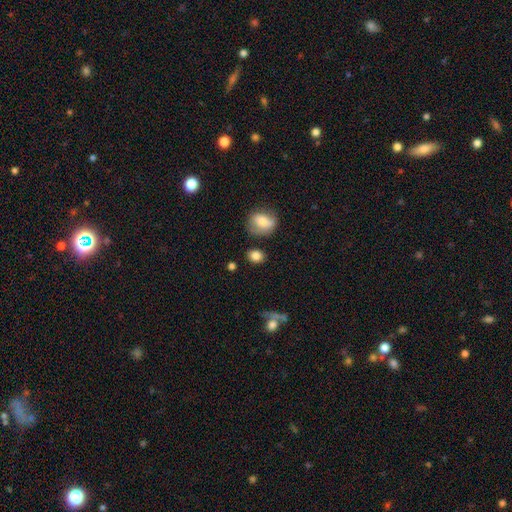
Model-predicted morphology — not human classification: Q: Smooth or featured?
A: smooth (84%); runner-up: star or artifact (10%)
Q: How rounded?
A: round (54%); runner-up: in between (44%)
Q: Merging?
A: none (77%); runner-up: minor disturbance (14%)